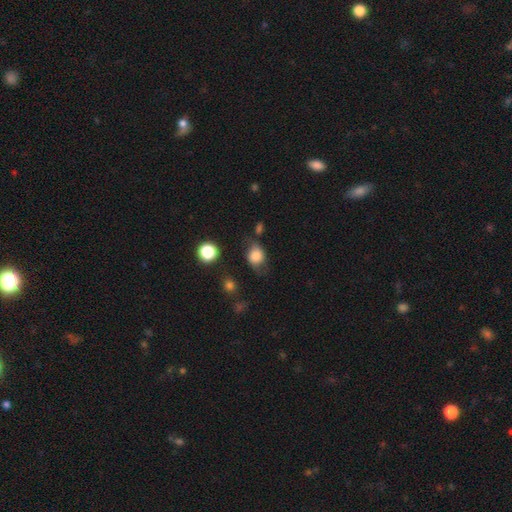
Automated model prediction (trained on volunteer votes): smooth 76%, featured or disk 15%, star or artifact 10%. Down the decision tree: how rounded — round (50%); merging — none (55%).